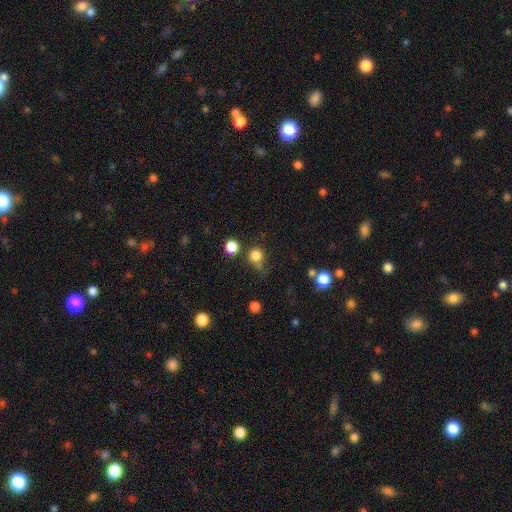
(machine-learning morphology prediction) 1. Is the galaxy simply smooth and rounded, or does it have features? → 80% smooth, 14% star or artifact, 5% featured or disk.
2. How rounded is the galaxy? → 90% round, 9% in between, 1% cigar-shaped.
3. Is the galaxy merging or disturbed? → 64% none, 16% minor disturbance, 13% merger, 7% major disturbance.